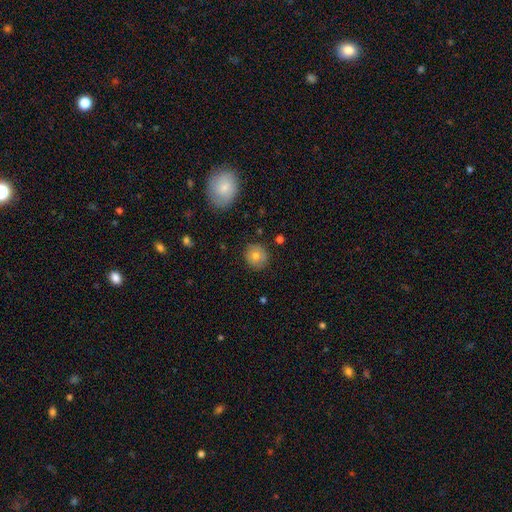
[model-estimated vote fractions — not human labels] This appears to be a smooth galaxy with no disk features (75%) that is round (87%). Merging: none (87%).